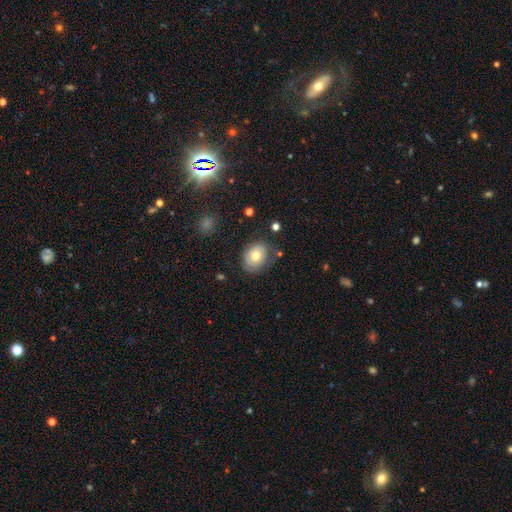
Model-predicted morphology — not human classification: The model was most divided on "how rounded": in between: 60%, round: 39%, cigar-shaped: 1%. More confident: smooth or featured — smooth (68%); merging — none (67%).